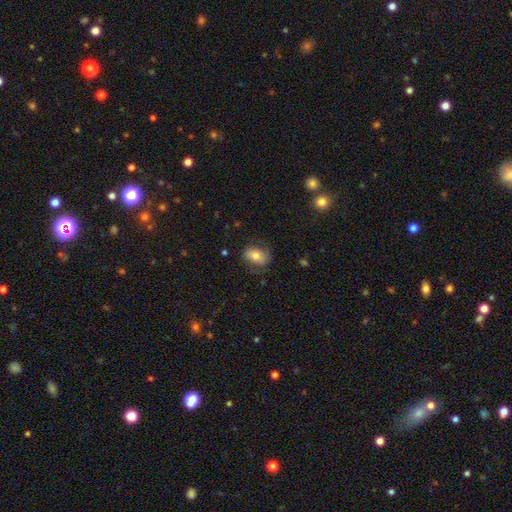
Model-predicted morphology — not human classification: Smooth or featured? smooth (69%)
How rounded? in between (73%)
Merging? none (72%)